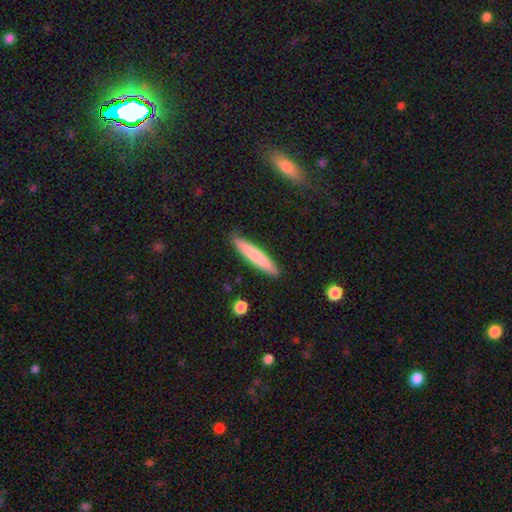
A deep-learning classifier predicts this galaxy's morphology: The model was most divided on "smooth or featured": smooth: 74%, featured or disk: 20%, star or artifact: 6%. More confident: how rounded — cigar-shaped (91%); merging — none (88%).